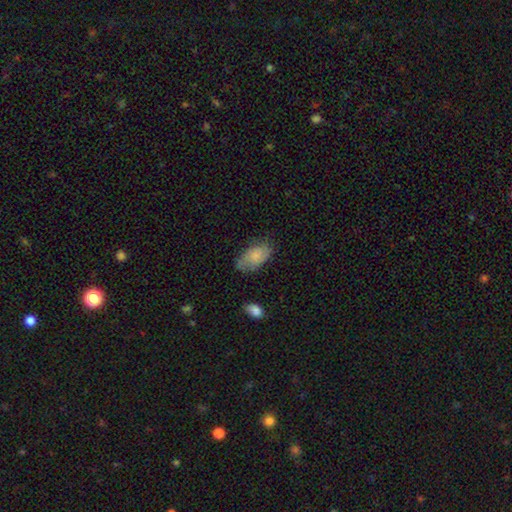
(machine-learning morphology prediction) Q: Smooth or featured?
A: smooth (73%); runner-up: featured or disk (20%)
Q: How rounded?
A: in between (93%); runner-up: round (4%)
Q: Merging?
A: none (63%); runner-up: minor disturbance (28%)